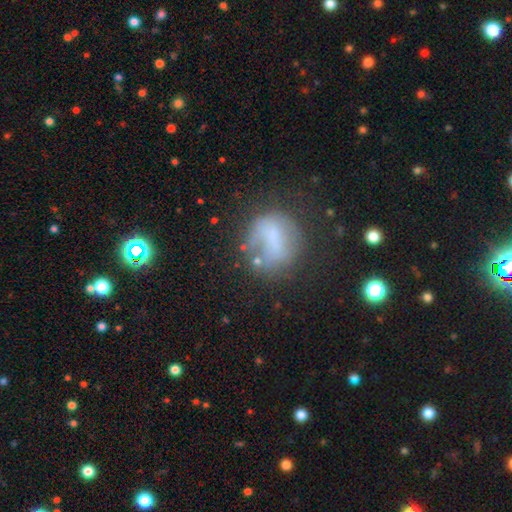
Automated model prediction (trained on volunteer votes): Smooth or featured? Predicted: smooth (p=0.38). Merging? Predicted: none (p=0.56).